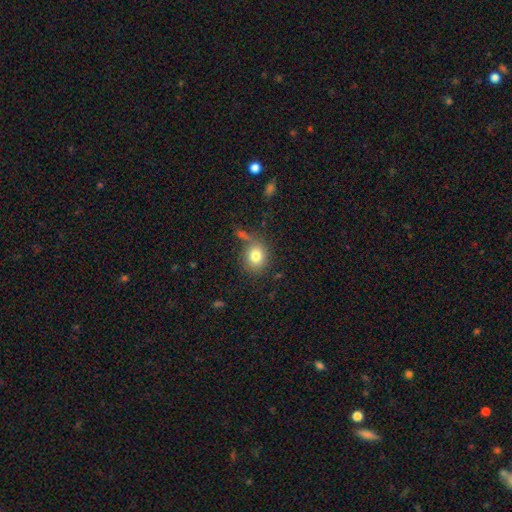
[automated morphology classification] Smooth or featured: smooth — 80% (star or artifact — 10%)
How rounded: round — 69% (in between — 30%)
Merging: none — 67% (minor disturbance — 16%)